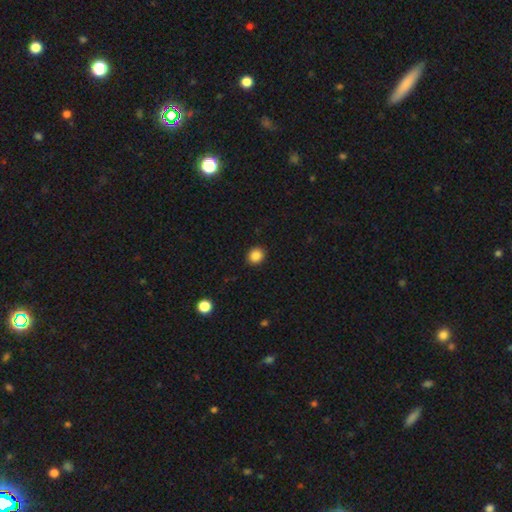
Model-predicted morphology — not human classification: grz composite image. It shows a smooth galaxy with no disk features (87%) that is round (76%). Merging: none (91%).